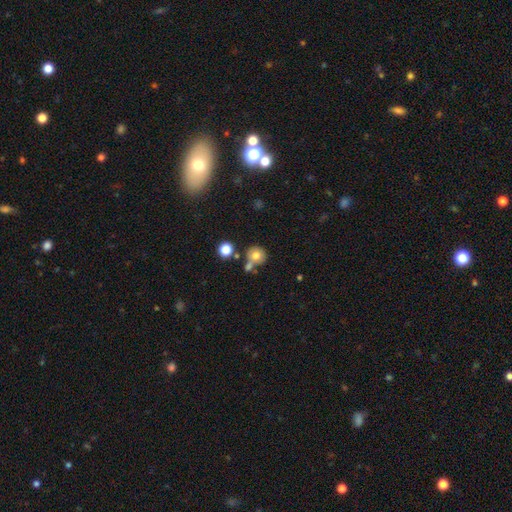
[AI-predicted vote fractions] The model was most divided on "merging": none: 55%, merger: 27%, minor disturbance: 13%, major disturbance: 5%. More confident: how rounded — round (86%); smooth or featured — smooth (73%).